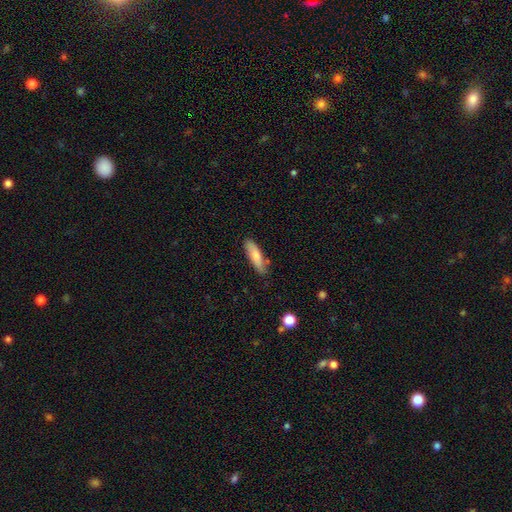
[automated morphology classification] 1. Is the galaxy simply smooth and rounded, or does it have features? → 77% smooth, 17% featured or disk, 6% star or artifact.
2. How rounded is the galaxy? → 58% cigar-shaped, 40% in between, 2% round.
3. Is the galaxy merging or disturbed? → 77% none, 17% minor disturbance, 3% merger, 3% major disturbance.